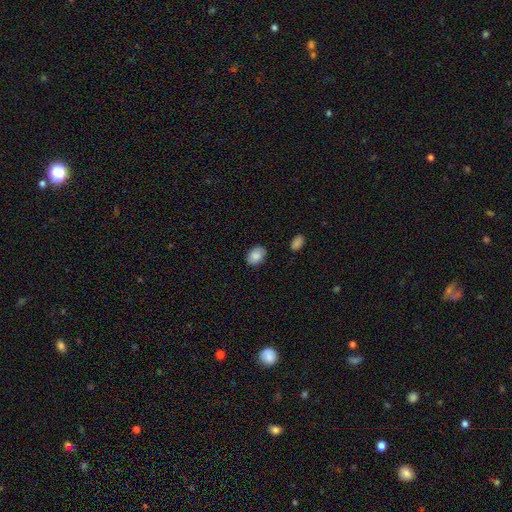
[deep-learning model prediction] A smooth galaxy with no disk features (86%) that is in between round and cigar-shaped (79%).

Vote fractions:
- Smooth or featured? smooth: 86% / star or artifact: 7% / featured or disk: 7%
- How rounded? in between: 79% / round: 20% / cigar-shaped: 1%
- Merging? none: 84% / minor disturbance: 11% / major disturbance: 2% / merger: 2%